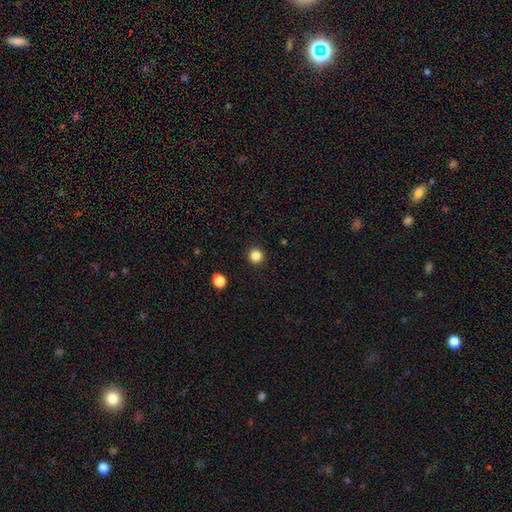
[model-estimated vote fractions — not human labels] This is clearly a smooth galaxy (85%). How rounded: clearly round (96%). Merging: clearly none (93%).